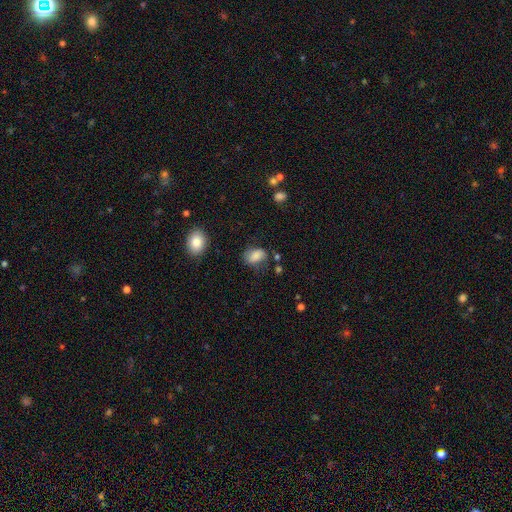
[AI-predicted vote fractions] A smooth galaxy with no disk features (82%) that is in between round and cigar-shaped (80%).

Vote fractions:
- Smooth or featured? smooth: 82% / star or artifact: 9% / featured or disk: 9%
- How rounded? in between: 80% / round: 19% / cigar-shaped: 1%
- Merging? none: 62% / minor disturbance: 26% / major disturbance: 10% / merger: 3%